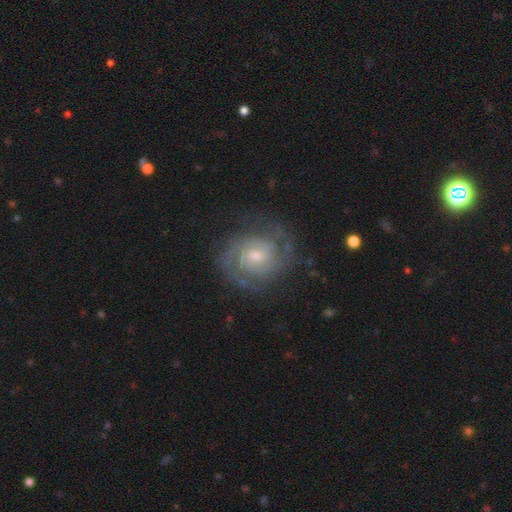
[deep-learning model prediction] A featured or disk galaxy (86%) with a weak bar (51%), 2 (59%) tight (56%) spiral arms (97%) and a moderate central bulge (50%).

Vote fractions:
- Smooth or featured? featured or disk: 86% / smooth: 8% / star or artifact: 6%
- Edge-on disk? no: 98% / yes: 2%
- Bar? weak: 51% / no: 41% / strong: 8%
- Spiral arms? yes: 97% / no: 3%
- Spiral winding? tight: 56% / medium: 37% / loose: 7%
- Spiral arm count? 2: 59% / can't tell: 17% / 3: 13% / 4: 4% / 1: 4% / more than 4: 3%
- Bulge size? moderate: 50% / small: 41% / large: 5% / none: 3% / dominant: 1%
- Merging? none: 76% / minor disturbance: 16% / major disturbance: 8% / merger: 1%